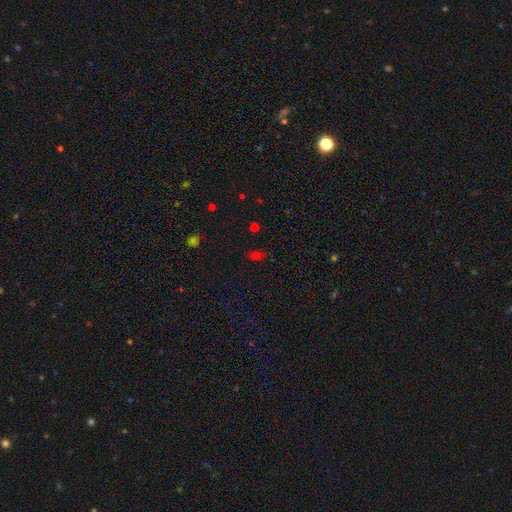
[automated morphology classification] Smooth or featured?
  - smooth: 60% *
  - star or artifact: 33%
  - featured or disk: 7%
How rounded?
  - in between: 80% *
  - round: 15%
  - cigar-shaped: 5%
Merging?
  - none: 74% *
  - minor disturbance: 17%
  - major disturbance: 6%
  - merger: 3%